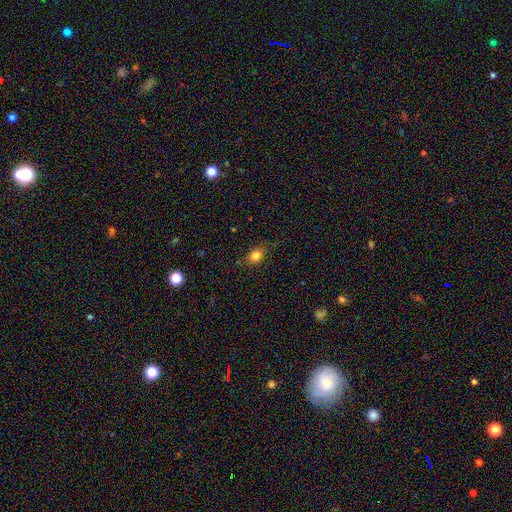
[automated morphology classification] The model was most divided on "how rounded": round: 52%, in between: 46%, cigar-shaped: 2%. More confident: smooth or featured — smooth (81%); merging — none (75%).